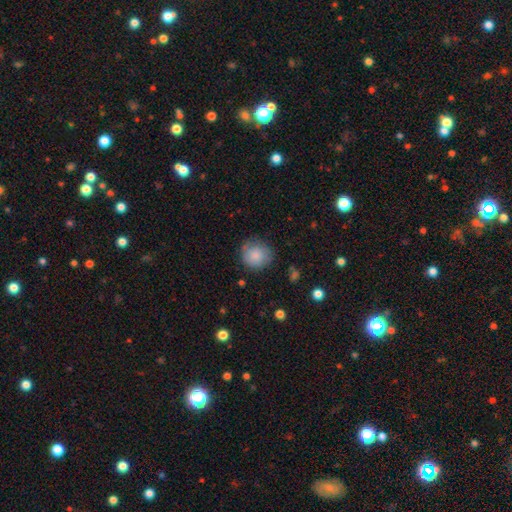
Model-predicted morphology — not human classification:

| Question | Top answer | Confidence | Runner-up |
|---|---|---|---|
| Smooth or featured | smooth | 83% | featured or disk (9%) |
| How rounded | round | 89% | in between (10%) |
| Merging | none | 74% | minor disturbance (19%) |